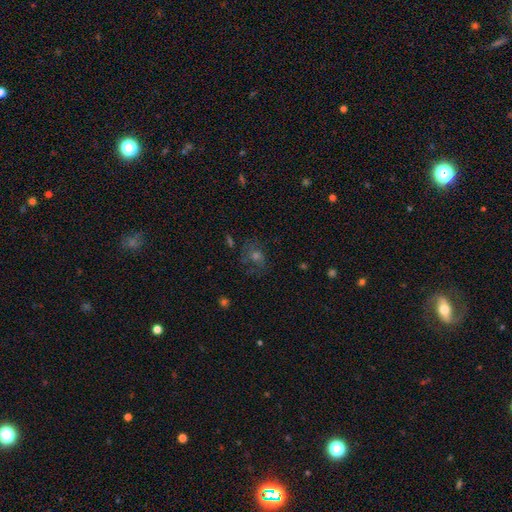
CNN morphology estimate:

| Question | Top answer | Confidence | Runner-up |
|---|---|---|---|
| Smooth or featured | featured or disk | 37% | star or artifact (33%) |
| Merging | none | 67% | minor disturbance (17%) |